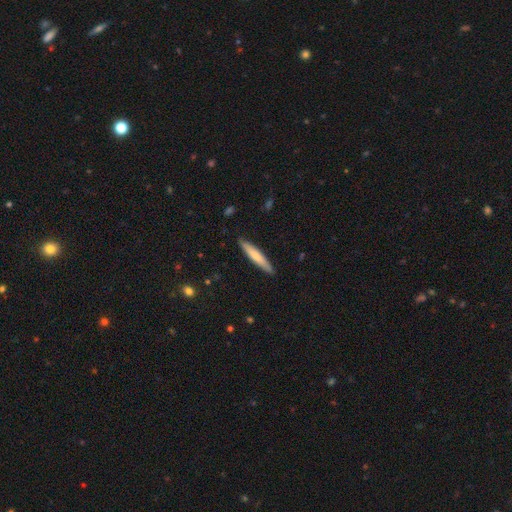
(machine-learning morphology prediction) This is likely a smooth galaxy (68%). How rounded: clearly cigar-shaped (92%). Merging: clearly none (89%).